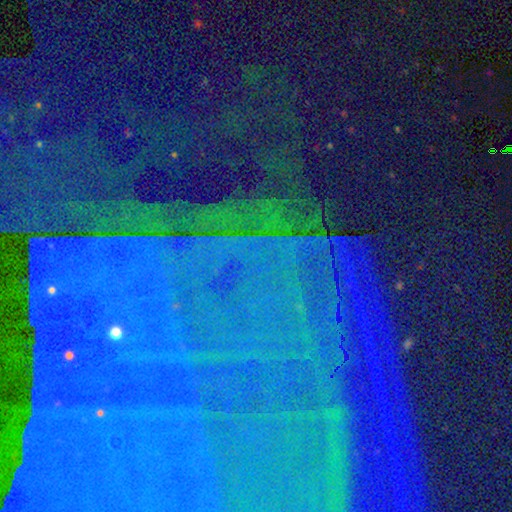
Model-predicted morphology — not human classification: type=star or artifact (87%).